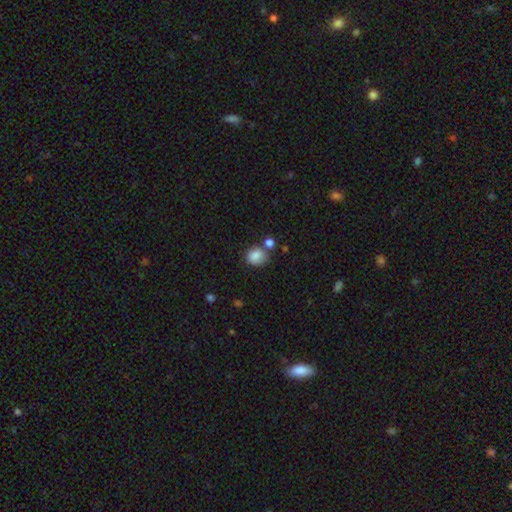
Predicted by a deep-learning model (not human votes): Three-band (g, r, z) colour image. It shows a smooth galaxy with no disk features (85%) that is round (65%). Merging: none (61%).